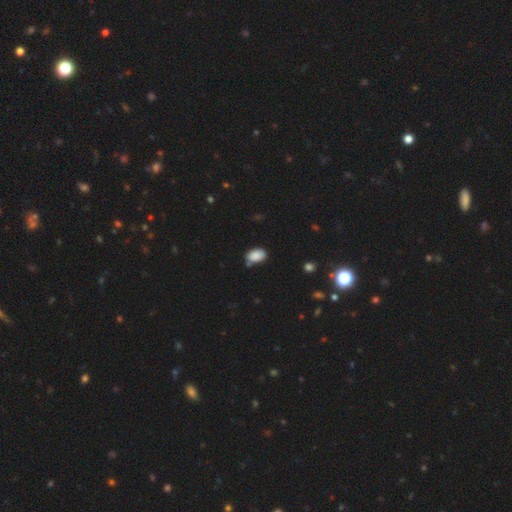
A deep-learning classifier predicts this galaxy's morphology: This appears to be a smooth galaxy with no disk features (87%) that is in between round and cigar-shaped (90%). Merging: none (71%).